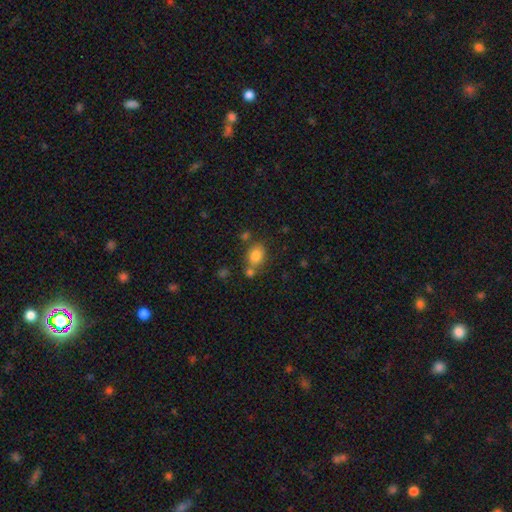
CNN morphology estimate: Smooth or featured? smooth (82%)
How rounded? in between (57%)
Merging? none (60%)